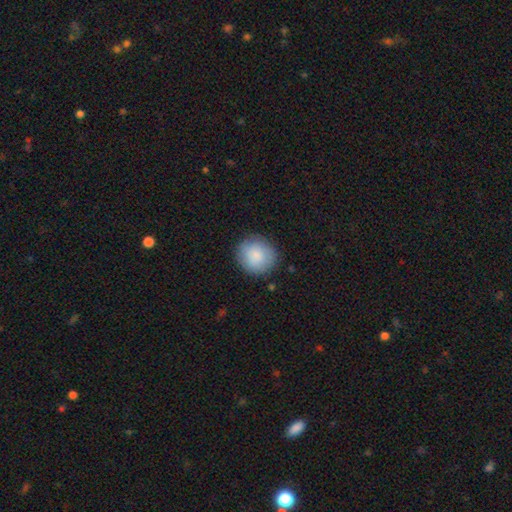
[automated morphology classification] type=smooth (85%); roundness=round (90%); merging=none (85%).